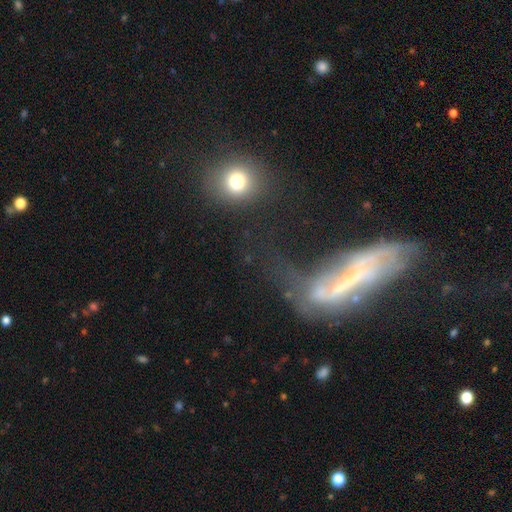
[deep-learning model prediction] This appears to be a featured or disk galaxy (46%). Merging: none (34%, tied with major disturbance).